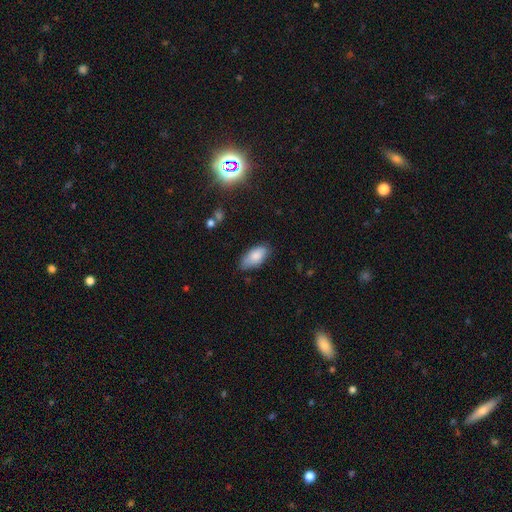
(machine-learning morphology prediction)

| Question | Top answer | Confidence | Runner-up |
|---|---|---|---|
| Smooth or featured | smooth | 84% | featured or disk (10%) |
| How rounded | in between | 90% | cigar-shaped (8%) |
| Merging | none | 71% | minor disturbance (23%) |